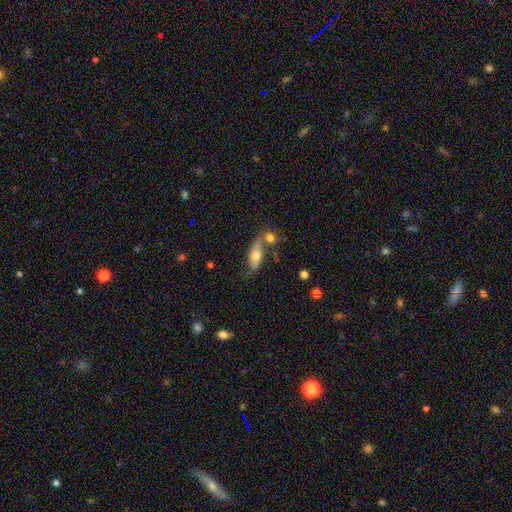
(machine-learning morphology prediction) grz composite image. It shows a smooth galaxy with no disk features (62%) that is in between round and cigar-shaped (76%). Merging: none (47%).